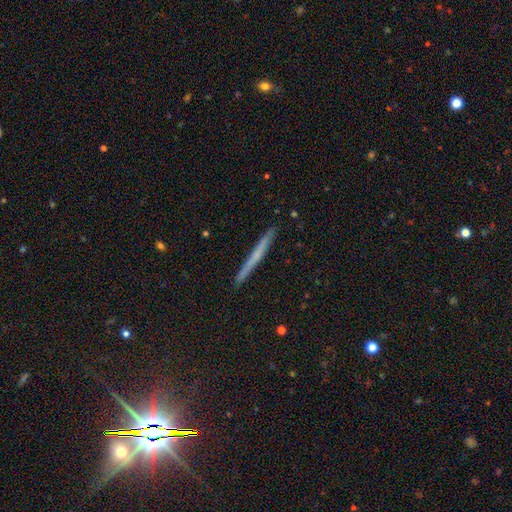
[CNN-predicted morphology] Smooth or featured? featured or disk (47%)
Merging? none (92%)